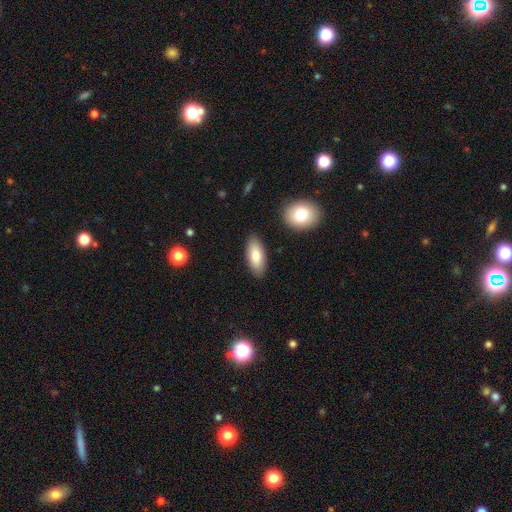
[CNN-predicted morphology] Smooth or featured? smooth (81%)
How rounded? in between (83%)
Merging? none (86%)